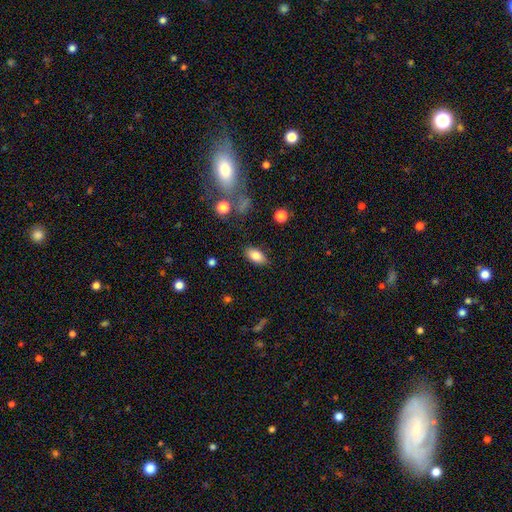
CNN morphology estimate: A smooth galaxy with no disk features (82%) that is in between round and cigar-shaped (90%).

Vote fractions:
- Smooth or featured? smooth: 82% / featured or disk: 10% / star or artifact: 8%
- How rounded? in between: 90% / cigar-shaped: 5% / round: 5%
- Merging? none: 84% / minor disturbance: 11% / major disturbance: 3% / merger: 2%